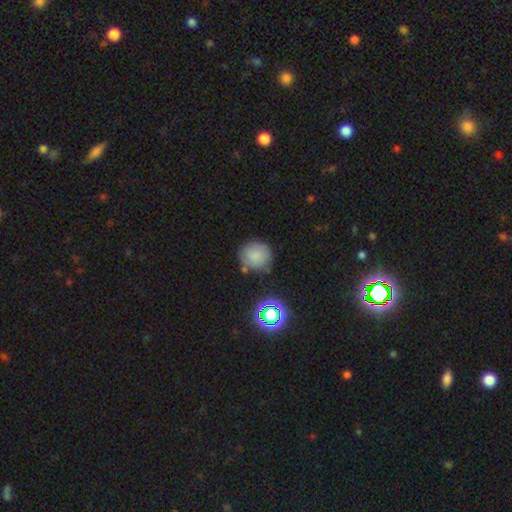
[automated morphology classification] This is likely a smooth galaxy (75%). How rounded: clearly round (86%). Merging: likely none (75%).